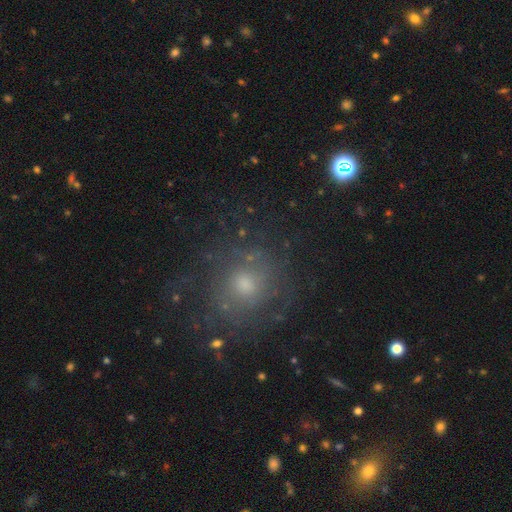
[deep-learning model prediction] Smooth or featured?
  - featured or disk: 43% *
  - smooth: 30%
  - star or artifact: 27%
Merging?
  - none: 78% *
  - minor disturbance: 12%
  - major disturbance: 8%
  - merger: 2%